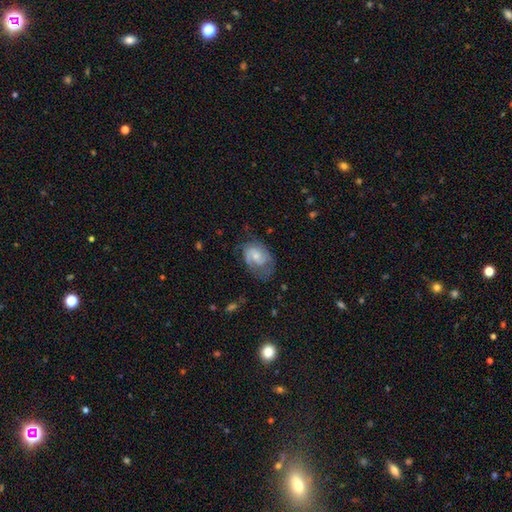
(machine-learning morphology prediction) smooth_or_featured: featured or disk (p=0.68) [alt: smooth p=0.25]
disk_edge_on: no (p=0.97) [alt: yes p=0.03]
bar: no (p=0.57) [alt: weak p=0.37]
has_spiral_arms: yes (p=0.89) [alt: no p=0.11]
spiral_winding: medium (p=0.45) [alt: tight p=0.36]
spiral_arm_count: 2 (p=0.64) [alt: can't tell p=0.19]
bulge_size: small (p=0.47) [alt: moderate p=0.42]
merging: none (p=0.54) [alt: minor disturbance p=0.27]